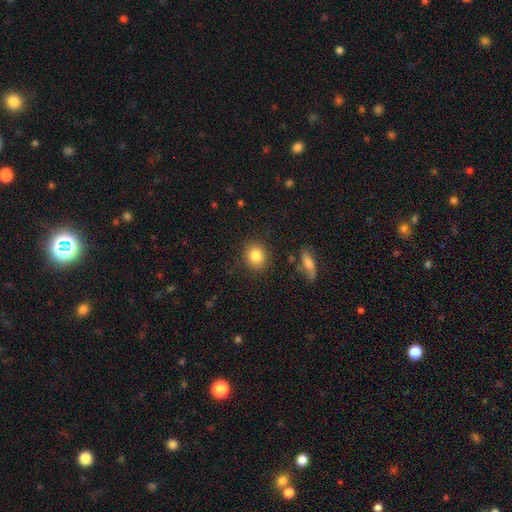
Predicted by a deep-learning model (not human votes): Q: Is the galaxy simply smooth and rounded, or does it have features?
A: smooth — 84%.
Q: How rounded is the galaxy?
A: round — 70%.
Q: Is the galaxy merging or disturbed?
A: none — 86%.